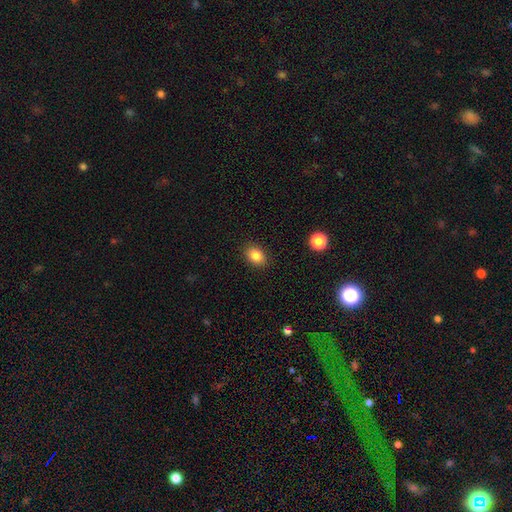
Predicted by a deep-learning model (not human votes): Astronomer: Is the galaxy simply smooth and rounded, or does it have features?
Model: smooth — 85%.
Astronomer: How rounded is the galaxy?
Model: in between — 73%.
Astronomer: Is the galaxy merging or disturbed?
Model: none — 88%.